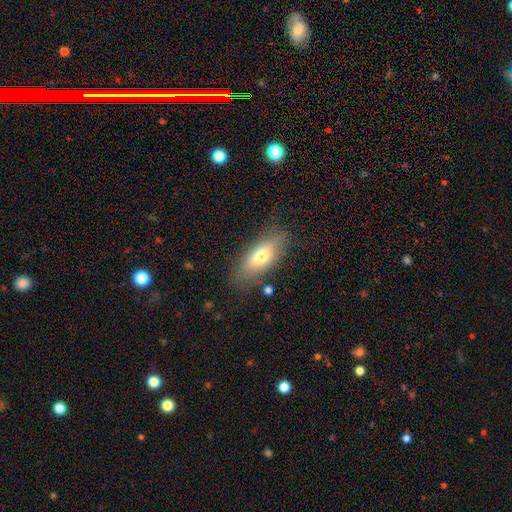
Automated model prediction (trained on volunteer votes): Q: Smooth or featured?
A: smooth (66%); runner-up: featured or disk (26%)
Q: How rounded?
A: in between (72%); runner-up: cigar-shaped (24%)
Q: Merging?
A: none (81%); runner-up: minor disturbance (13%)